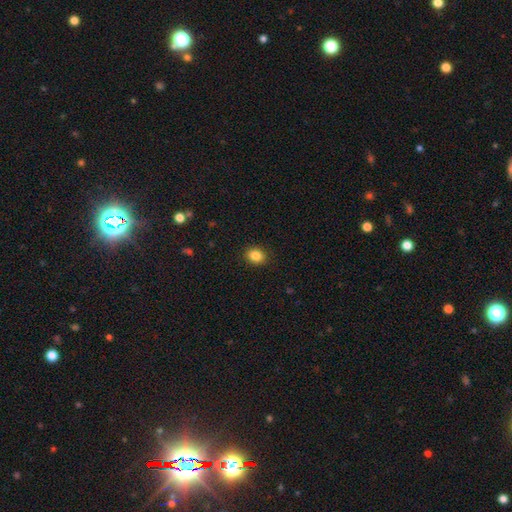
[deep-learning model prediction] Smooth or featured?
  - smooth: 86% *
  - star or artifact: 10%
  - featured or disk: 5%
How rounded?
  - in between: 50% * (tied)
  - round: 50% * (tied)
  - cigar-shaped: 1%
Merging?
  - none: 90% *
  - minor disturbance: 7%
  - major disturbance: 2%
  - merger: 1%